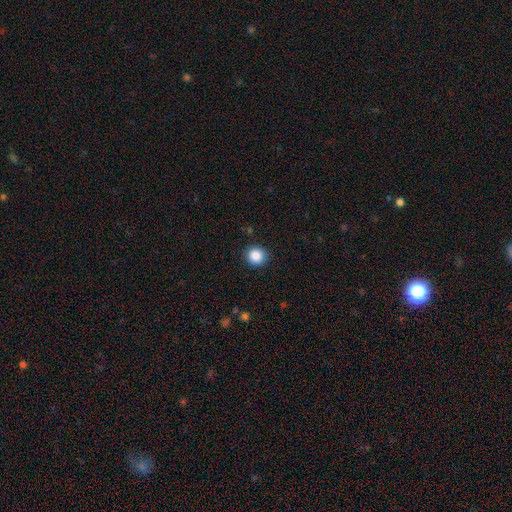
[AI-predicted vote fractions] A smooth galaxy with no disk features (87%) that is round (91%). Merging: none (90%).